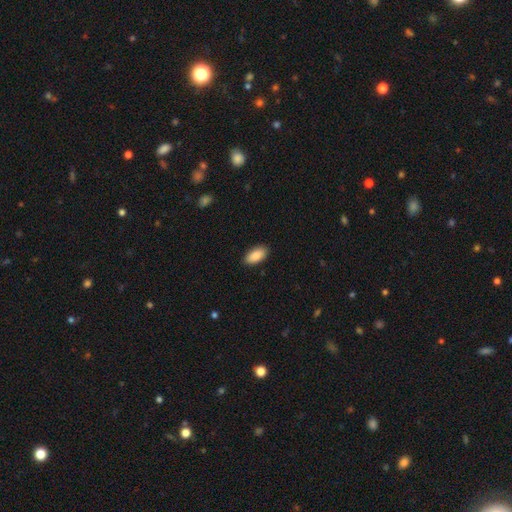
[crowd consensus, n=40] Overall: smooth (85%). How rounded: in between (94%). Merging: none (84%).